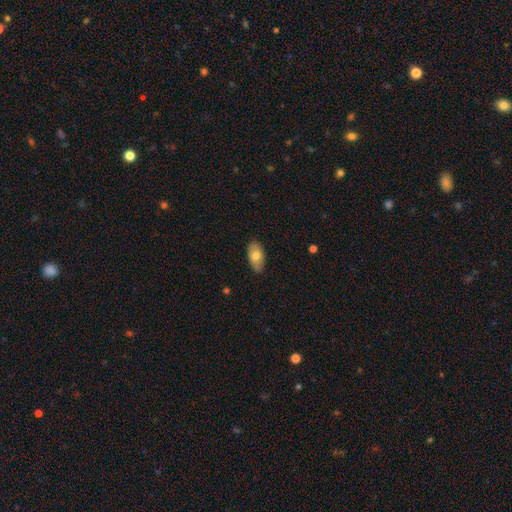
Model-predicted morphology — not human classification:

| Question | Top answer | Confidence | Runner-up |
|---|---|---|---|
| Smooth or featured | smooth | 72% | featured or disk (21%) |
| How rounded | in between | 93% | round (4%) |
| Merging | none | 85% | minor disturbance (12%) |